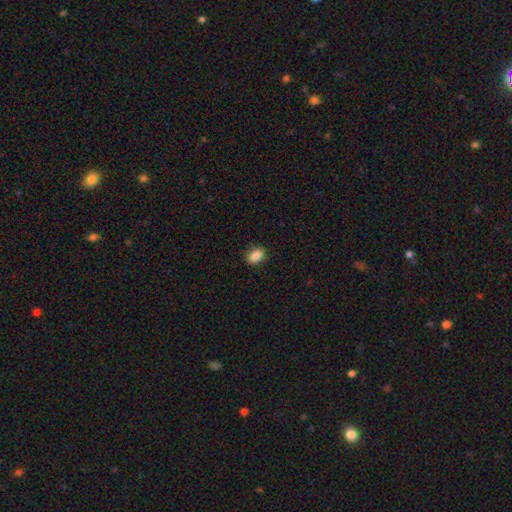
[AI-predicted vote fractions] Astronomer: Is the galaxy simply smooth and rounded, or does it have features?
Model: smooth — 87%.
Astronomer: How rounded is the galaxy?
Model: in between — 75%.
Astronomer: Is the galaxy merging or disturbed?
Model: none — 89%.